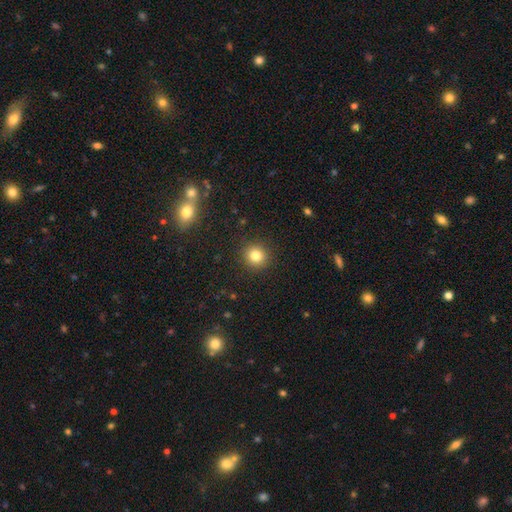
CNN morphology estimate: Smooth or featured? Predicted: smooth (p=0.82). How rounded? Predicted: round (p=0.91). Merging? Predicted: none (p=0.91).